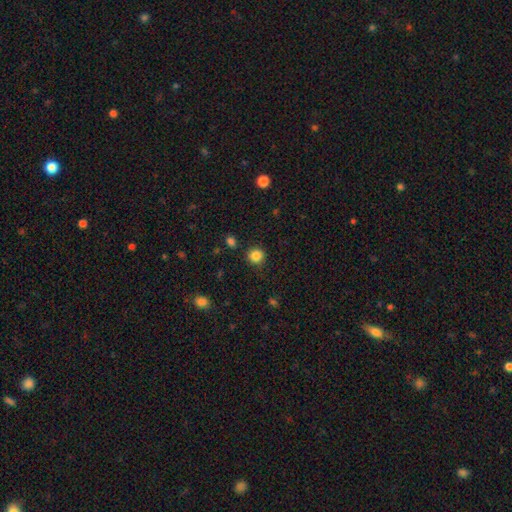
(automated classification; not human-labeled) A smooth galaxy with no disk features (86%) that is round (91%).

Vote fractions:
- Smooth or featured? smooth: 86% / star or artifact: 11% / featured or disk: 4%
- How rounded? round: 91% / in between: 8% / cigar-shaped: 1%
- Merging? none: 89% / minor disturbance: 7% / major disturbance: 2% / merger: 2%